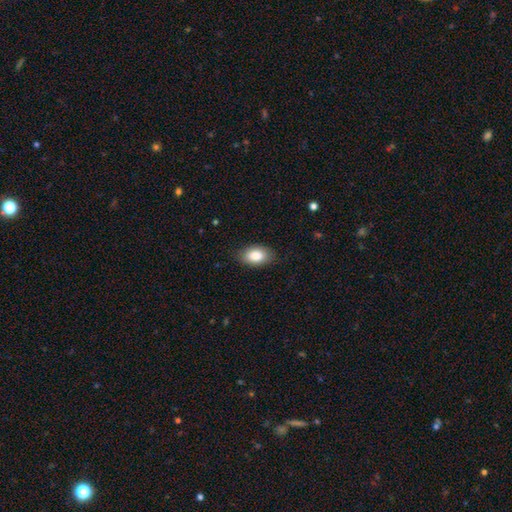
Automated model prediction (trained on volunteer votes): Smooth or featured?
  - smooth: 85% *
  - featured or disk: 8%
  - star or artifact: 7%
How rounded?
  - in between: 90% *
  - round: 8%
  - cigar-shaped: 1%
Merging?
  - none: 84% *
  - minor disturbance: 13%
  - major disturbance: 3%
  - merger: 1%